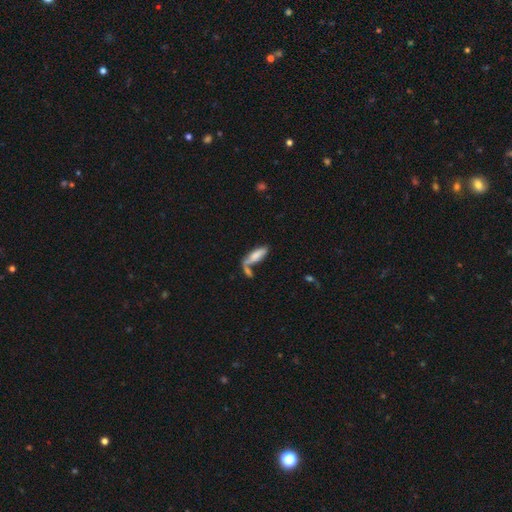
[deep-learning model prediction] smooth_or_featured: smooth (p=0.73) [alt: featured or disk p=0.20]
how_rounded: in between (p=0.51) [alt: cigar-shaped p=0.47]
merging: merger (p=0.41) [alt: none p=0.36]